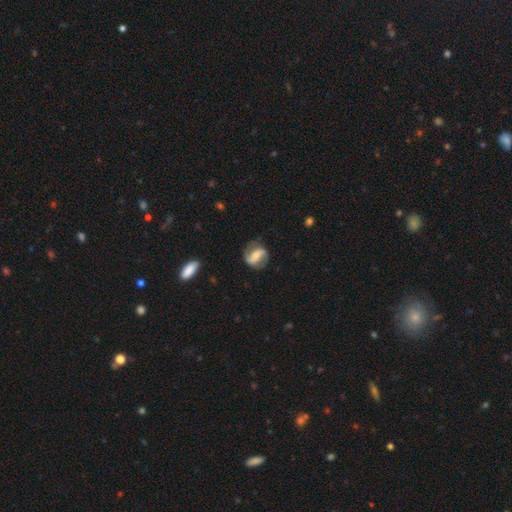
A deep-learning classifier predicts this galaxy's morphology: featured or disk 75%, smooth 19%, star or artifact 6%. Down the decision tree: edge-on disk — no (96%); bar — strong (42%); spiral arms — yes (91%); spiral arm count — 2 (90%); spiral winding — loose (41%); bulge size — moderate (46%); merging — none (79%).